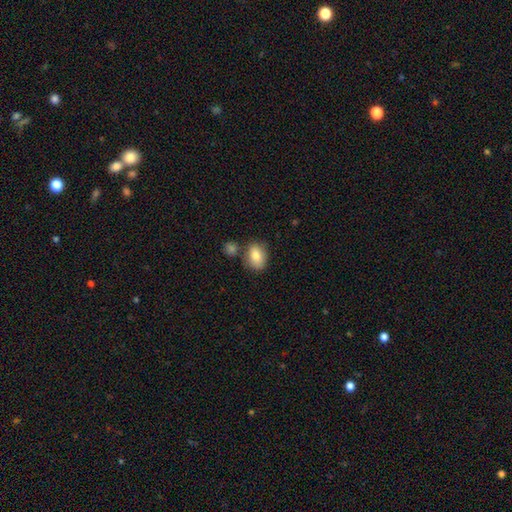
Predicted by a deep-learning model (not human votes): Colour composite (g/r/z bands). It shows a smooth galaxy with no disk features (81%) that is in between round and cigar-shaped (74%). Merging: none (68%).